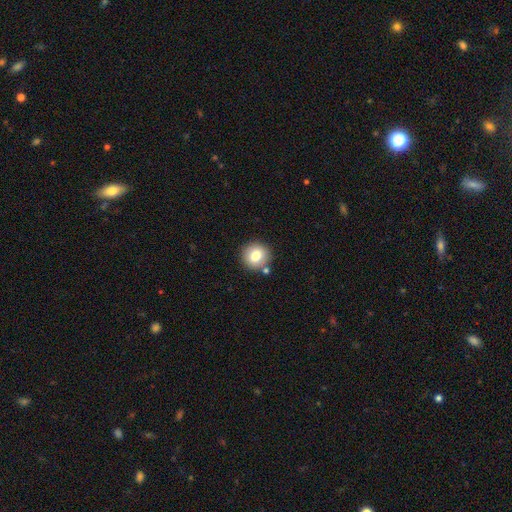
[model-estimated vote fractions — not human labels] A smooth galaxy with no disk features (78%) that is round (93%).

Vote fractions:
- Smooth or featured? smooth: 78% / featured or disk: 11% / star or artifact: 10%
- How rounded? round: 93% / in between: 6% / cigar-shaped: 1%
- Merging? none: 81% / minor disturbance: 8% / merger: 8% / major disturbance: 2%